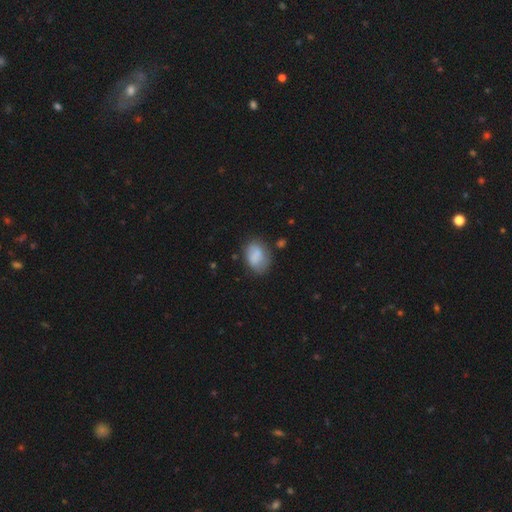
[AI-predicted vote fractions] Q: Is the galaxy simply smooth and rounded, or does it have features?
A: smooth — 74%.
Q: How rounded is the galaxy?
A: in between — 76%.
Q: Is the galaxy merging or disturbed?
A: none — 58%.